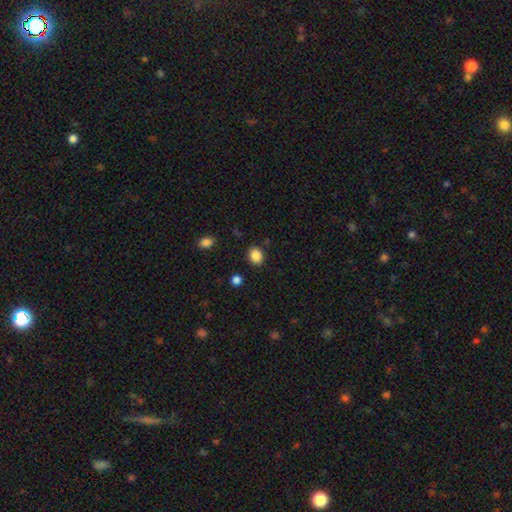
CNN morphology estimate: This appears to be a smooth galaxy with no disk features (87%) that is in between round and cigar-shaped (52%). Merging: none (86%).